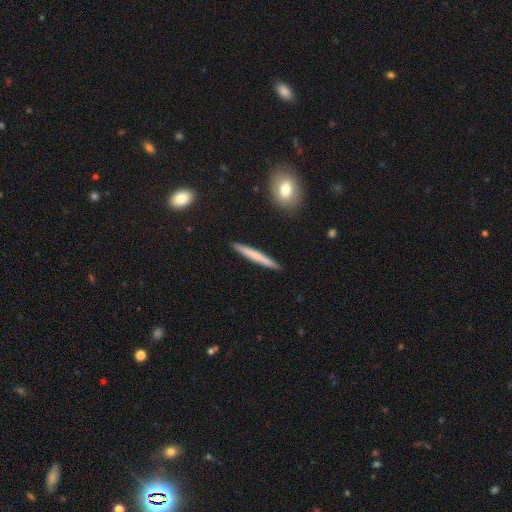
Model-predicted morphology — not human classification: This is likely a smooth galaxy (60%). How rounded: clearly cigar-shaped (96%). Merging: clearly none (92%).